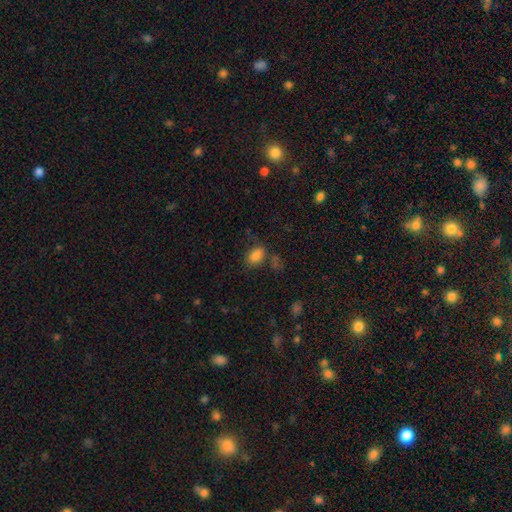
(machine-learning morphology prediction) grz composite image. It shows a smooth galaxy with no disk features (82%) that is in between round and cigar-shaped (75%). Merging: none (63%).